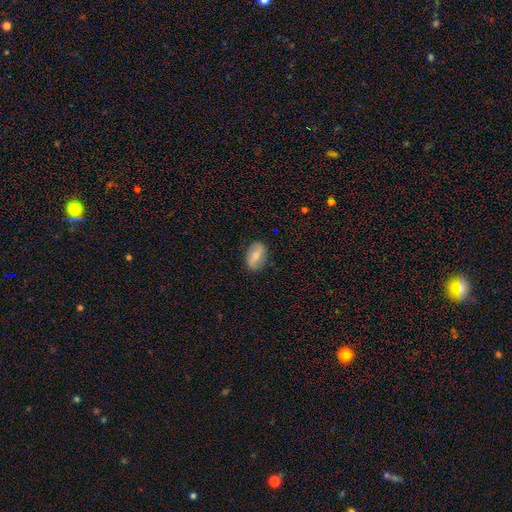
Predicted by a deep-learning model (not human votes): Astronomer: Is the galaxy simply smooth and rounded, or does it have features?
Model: smooth — 58% (runner-up: featured or disk, 35%).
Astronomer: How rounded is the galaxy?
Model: in between — 85%.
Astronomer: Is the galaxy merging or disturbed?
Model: none — 84%.